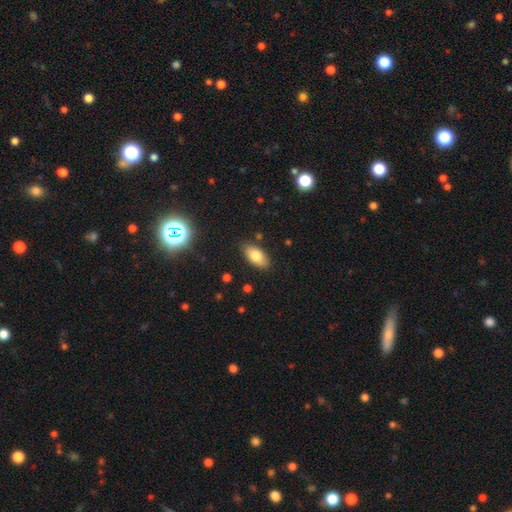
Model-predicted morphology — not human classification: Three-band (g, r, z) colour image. It shows a smooth galaxy with no disk features (78%) that is in between round and cigar-shaped (90%). Merging: none (85%).